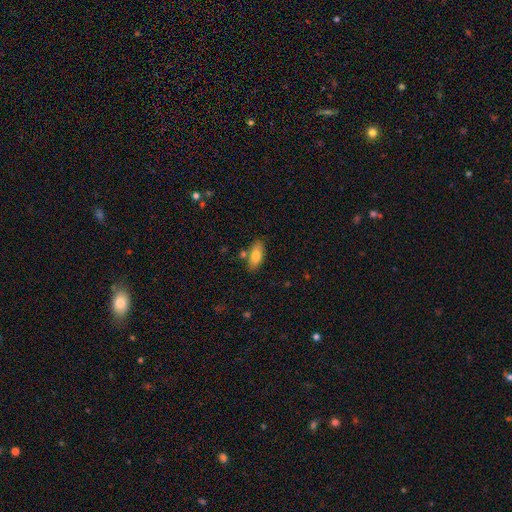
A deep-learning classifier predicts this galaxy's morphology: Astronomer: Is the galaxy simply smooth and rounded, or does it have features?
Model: smooth — 79%.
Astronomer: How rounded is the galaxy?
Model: in between — 88%.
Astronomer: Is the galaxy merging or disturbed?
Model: none — 76%.